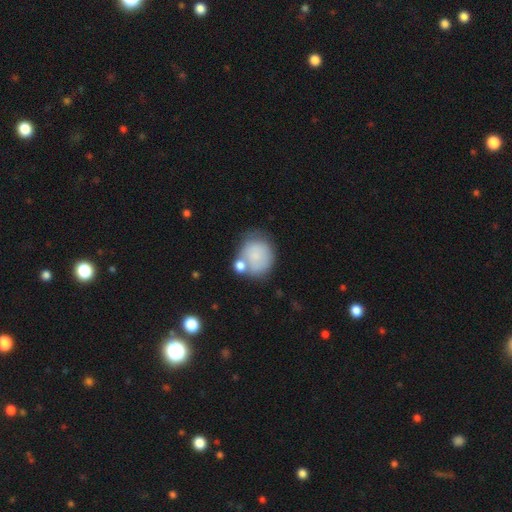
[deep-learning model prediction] The model was most divided on "merging": none: 45%, merger: 24%, minor disturbance: 21%, major disturbance: 10%. More confident: smooth or featured — smooth (76%); how rounded — round (75%).